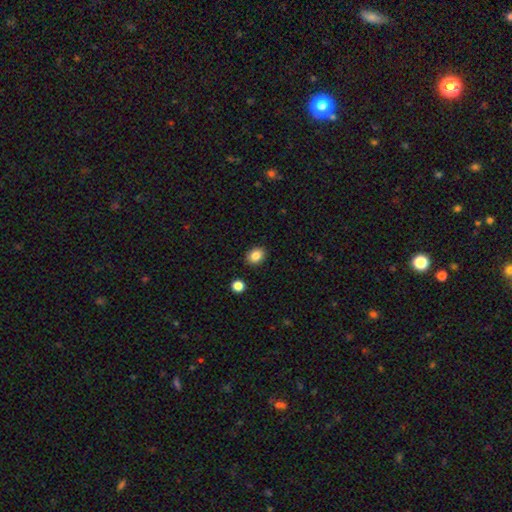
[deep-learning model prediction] Overall: smooth (86%). How rounded: in between (53%; round 47%). Merging: none (89%).